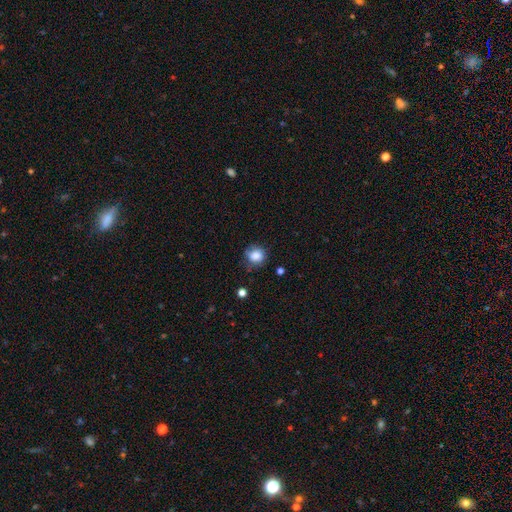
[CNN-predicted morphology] A smooth galaxy with no disk features (82%) that is round (75%). Merging: none (64%).